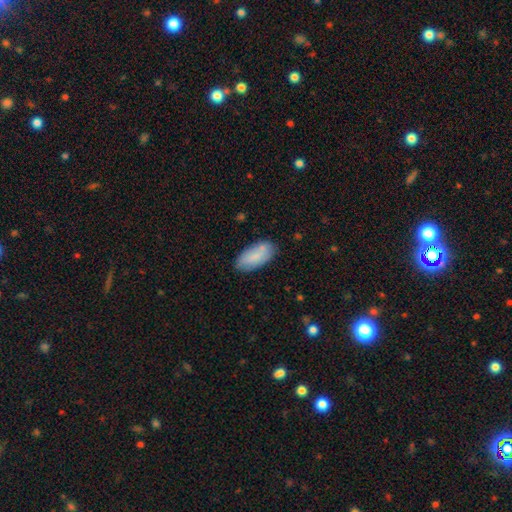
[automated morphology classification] smooth-or-featured: smooth: 82% | featured or disk: 11% | star or artifact: 6%
  how-rounded: in between: 91% | cigar-shaped: 8% | round: 2%
  merging: none: 78% | minor disturbance: 16% | merger: 3% | major disturbance: 3%